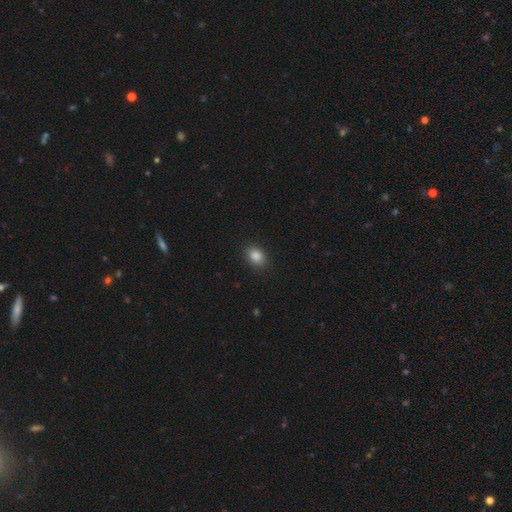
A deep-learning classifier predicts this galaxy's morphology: Q: Smooth or featured?
A: smooth (86%); runner-up: star or artifact (9%)
Q: How rounded?
A: in between (71%); runner-up: round (28%)
Q: Merging?
A: none (87%); runner-up: minor disturbance (10%)